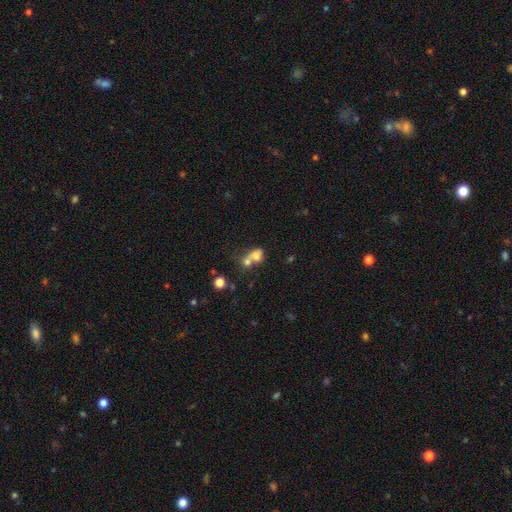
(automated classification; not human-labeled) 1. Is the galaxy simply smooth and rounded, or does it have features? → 71% smooth, 16% featured or disk, 13% star or artifact.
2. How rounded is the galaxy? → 54% in between, 44% round, 2% cigar-shaped.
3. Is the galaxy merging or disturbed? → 63% merger, 22% none, 8% minor disturbance, 7% major disturbance.